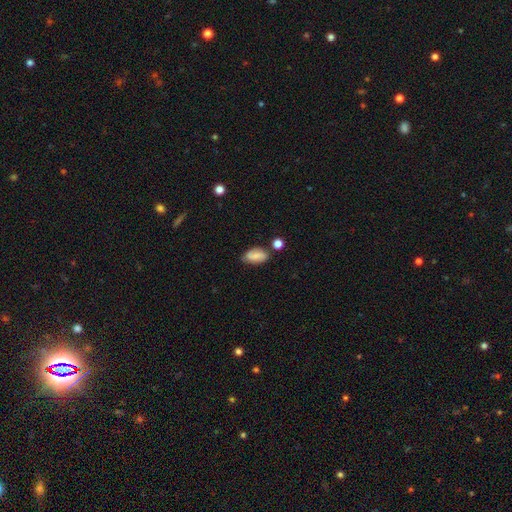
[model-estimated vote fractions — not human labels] A smooth galaxy with no disk features (69%) that is in between round and cigar-shaped (90%).

Vote fractions:
- Smooth or featured? smooth: 69% / featured or disk: 22% / star or artifact: 9%
- How rounded? in between: 90% / round: 5% / cigar-shaped: 4%
- Merging? none: 68% / minor disturbance: 20% / merger: 7% / major disturbance: 4%